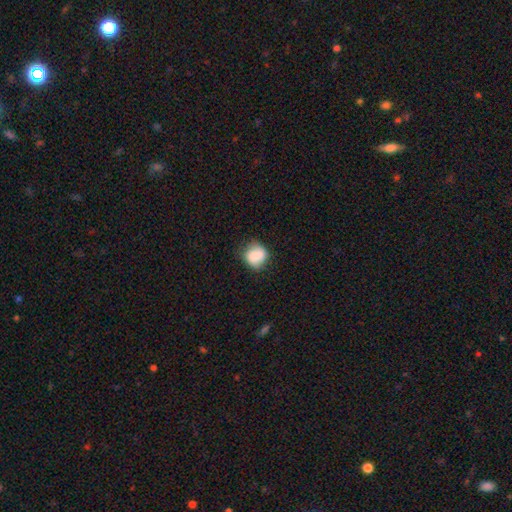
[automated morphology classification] Overall: smooth (78%). How rounded: round (76%). Merging: none (67%).